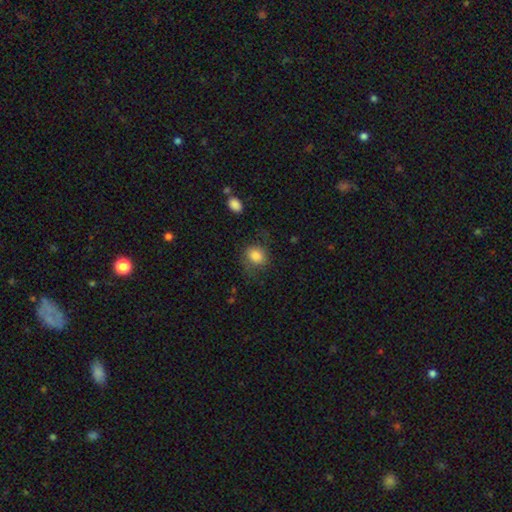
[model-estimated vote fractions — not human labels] smooth-or-featured: smooth: 78% | featured or disk: 14% | star or artifact: 9%
  how-rounded: round: 60% | in between: 39% | cigar-shaped: 1%
  merging: none: 58% | minor disturbance: 23% | major disturbance: 17% | merger: 2%